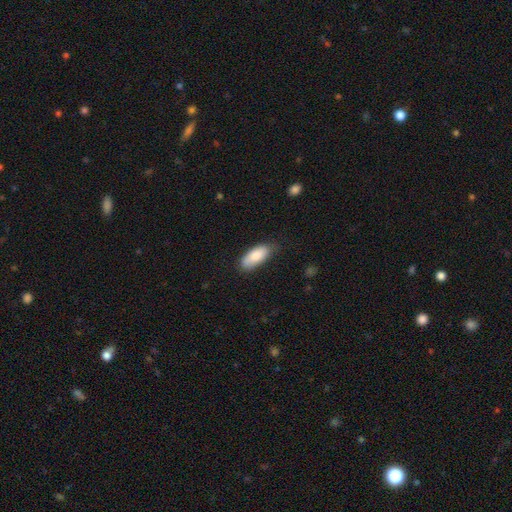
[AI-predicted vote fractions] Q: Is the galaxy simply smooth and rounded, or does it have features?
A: smooth — 85%.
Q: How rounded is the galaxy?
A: in between — 84%.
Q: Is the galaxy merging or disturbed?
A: none — 69%.